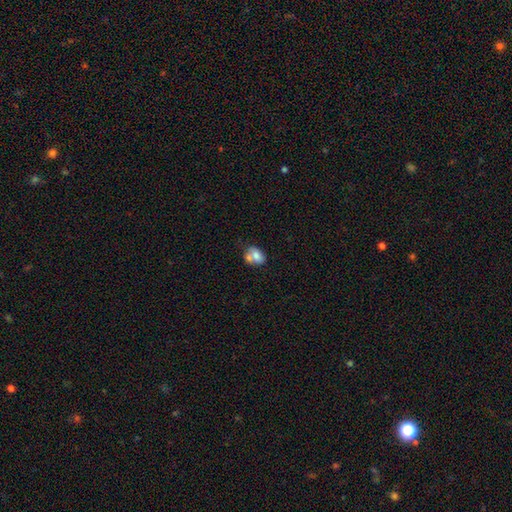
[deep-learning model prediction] A smooth galaxy with no disk features (67%) that is in between round and cigar-shaped (71%). Merging: merger (46%).